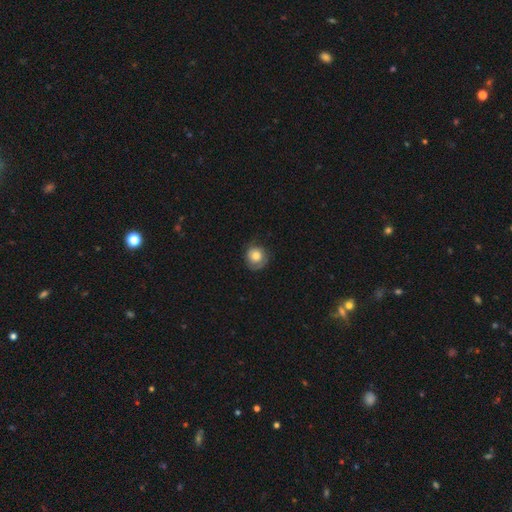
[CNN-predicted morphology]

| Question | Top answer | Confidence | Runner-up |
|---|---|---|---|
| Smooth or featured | smooth | 69% | featured or disk (23%) |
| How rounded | round | 86% | in between (13%) |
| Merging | none | 66% | minor disturbance (23%) |